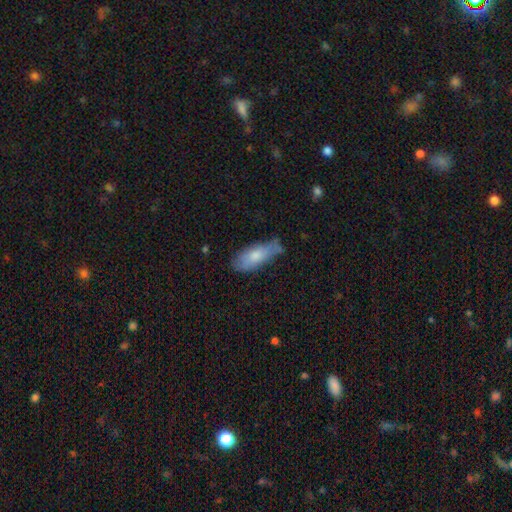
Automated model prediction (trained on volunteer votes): Smooth or featured? smooth (71%)
How rounded? in between (71%)
Merging? none (55%)